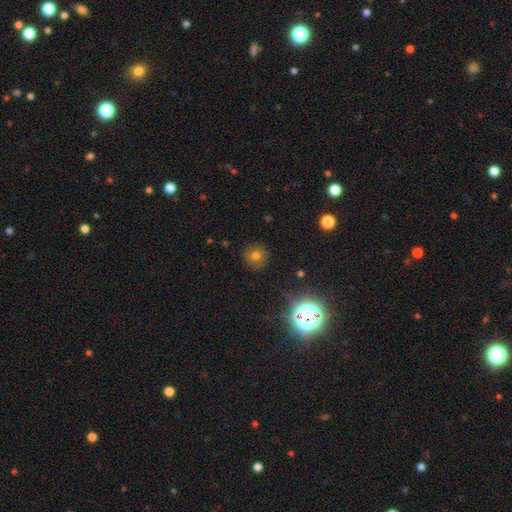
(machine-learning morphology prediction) A smooth galaxy with no disk features (65%) that is round (92%). Merging: none (86%).